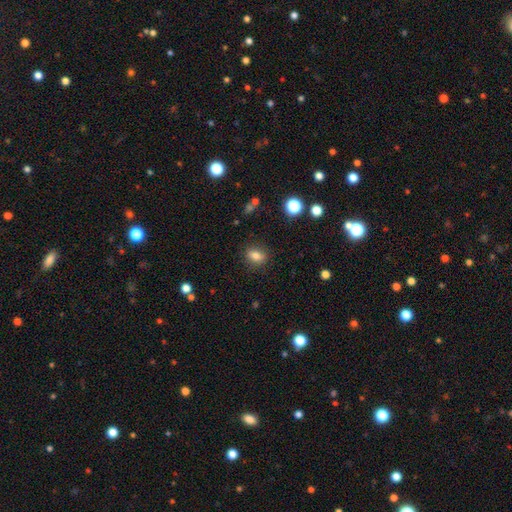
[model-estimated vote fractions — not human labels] This is clearly a smooth galaxy (80%). How rounded: likely in between (69%). Merging: clearly none (84%).